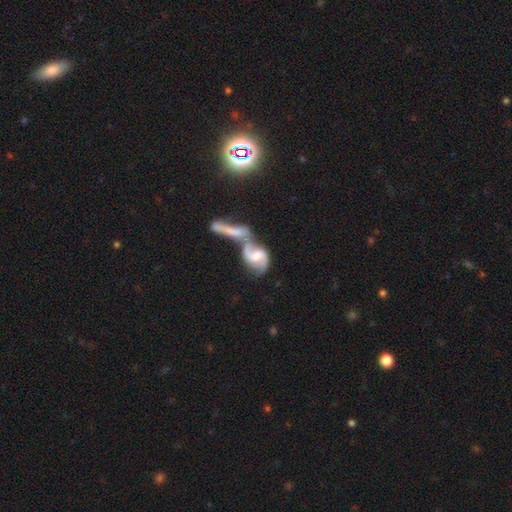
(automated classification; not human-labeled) Smooth or featured? featured or disk (74%)
Edge-on disk? no (94%)
Bar? weak (43%)
Spiral arms? yes (91%)
Spiral winding? loose (48%)
Spiral arm count? 2 (86%)
Bulge size? moderate (45%)
Merging? merger (69%)